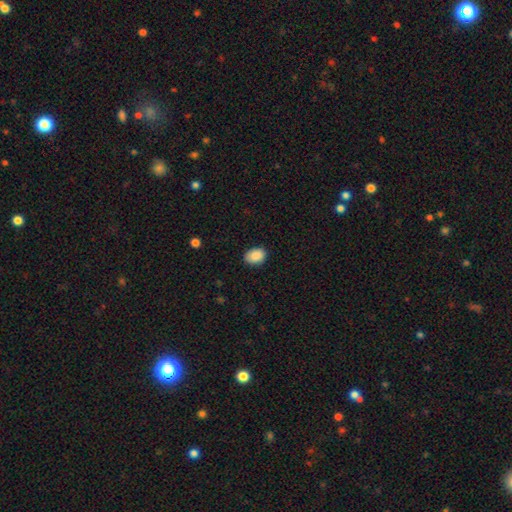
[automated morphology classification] Q: Smooth or featured?
A: smooth (89%); runner-up: star or artifact (7%)
Q: How rounded?
A: in between (74%); runner-up: round (25%)
Q: Merging?
A: none (88%); runner-up: minor disturbance (9%)